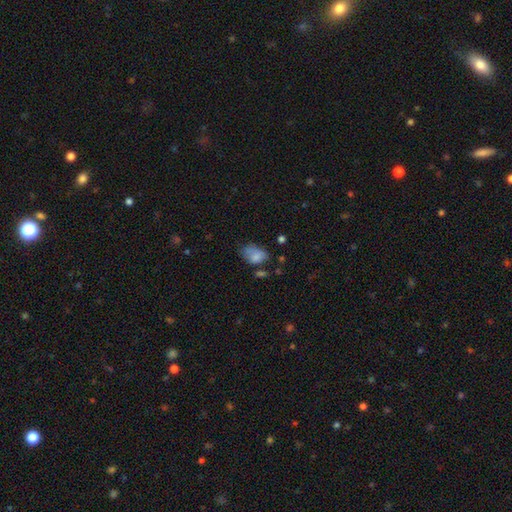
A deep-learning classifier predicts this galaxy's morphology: Smooth or featured: smooth — 78% (featured or disk — 12%)
How rounded: in between — 84% (round — 15%)
Merging: none — 40% (minor disturbance — 34%)